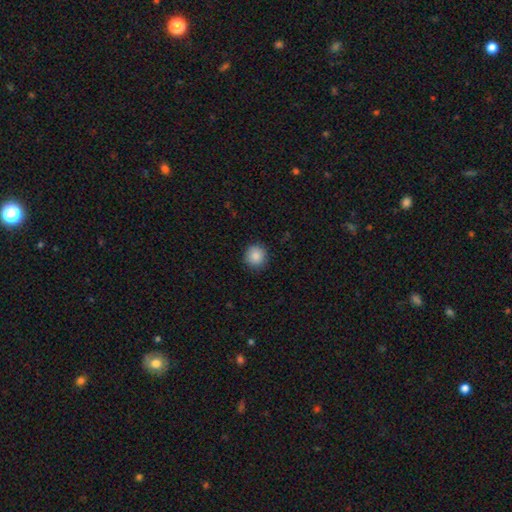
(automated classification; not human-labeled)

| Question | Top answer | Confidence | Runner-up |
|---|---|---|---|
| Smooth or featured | smooth | 88% | star or artifact (9%) |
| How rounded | round | 92% | in between (7%) |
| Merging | none | 90% | minor disturbance (7%) |